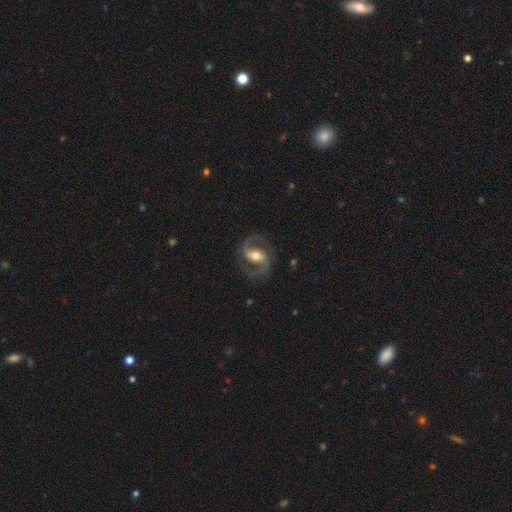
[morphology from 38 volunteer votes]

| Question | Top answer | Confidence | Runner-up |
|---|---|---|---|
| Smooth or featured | featured or disk | 100% | — |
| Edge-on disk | no | 97% | yes (3%) |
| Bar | weak | 54% | no (24%) |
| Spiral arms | yes | 92% | no (8%) |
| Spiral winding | medium | 74% | tight (18%) |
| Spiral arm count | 2 | 100% | — |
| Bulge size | moderate | 73% | small (16%) |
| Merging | none | 71% | minor disturbance (21%) |